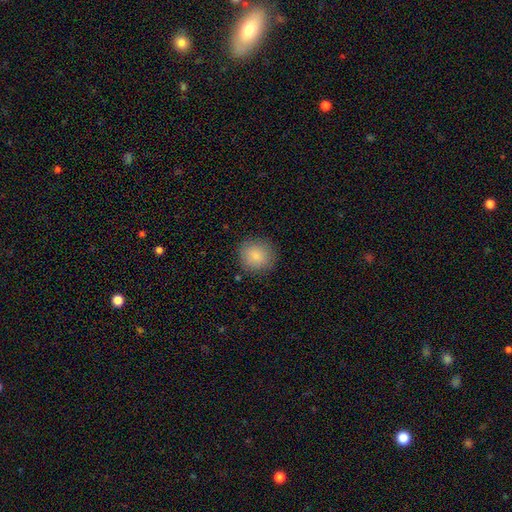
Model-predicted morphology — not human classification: This is clearly a smooth galaxy (85%). How rounded: clearly round (89%). Merging: clearly none (87%).